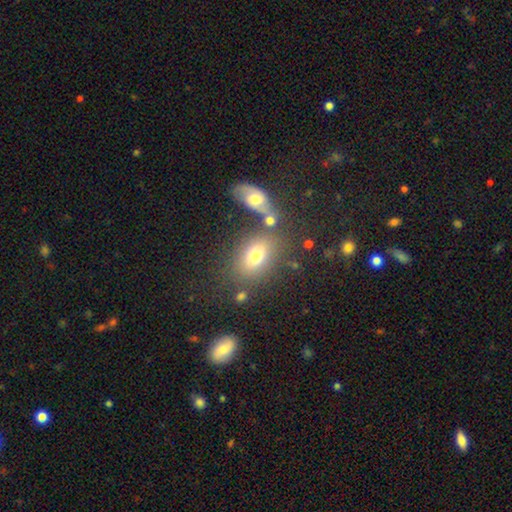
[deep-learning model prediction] smooth 72%, featured or disk 16%, star or artifact 12%. Down the decision tree: how rounded — in between (79%); merging — none (65%).